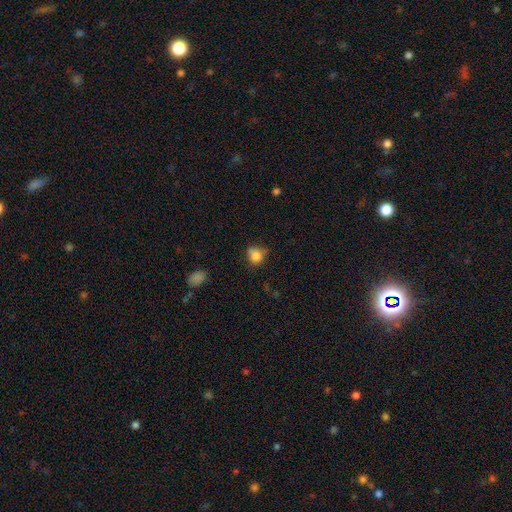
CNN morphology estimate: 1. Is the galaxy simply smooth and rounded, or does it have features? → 80% smooth, 11% star or artifact, 9% featured or disk.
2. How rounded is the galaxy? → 60% round, 38% in between, 2% cigar-shaped.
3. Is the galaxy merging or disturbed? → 47% none, 34% minor disturbance, 13% major disturbance, 6% merger.